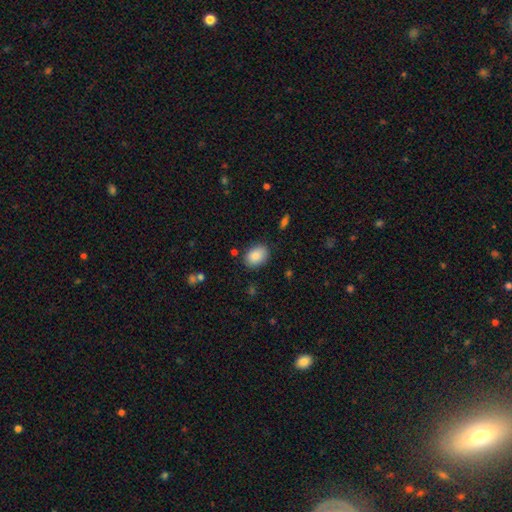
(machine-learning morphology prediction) This is clearly a smooth galaxy (86%). How rounded: likely in between (78%). Merging: clearly none (83%).